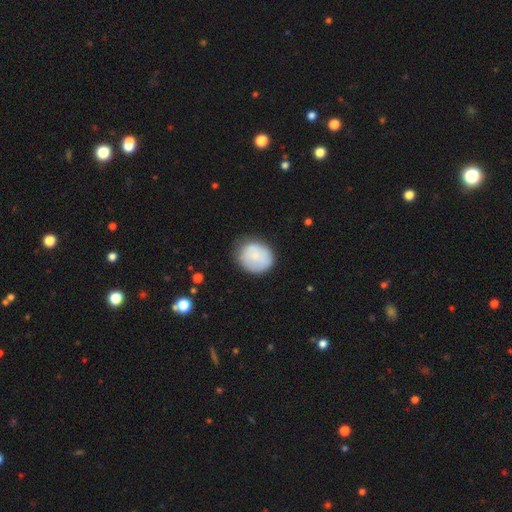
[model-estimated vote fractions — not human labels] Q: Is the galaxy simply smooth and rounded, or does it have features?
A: smooth — 73%.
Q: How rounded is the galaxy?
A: round — 67%.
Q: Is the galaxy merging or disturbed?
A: none — 66%.